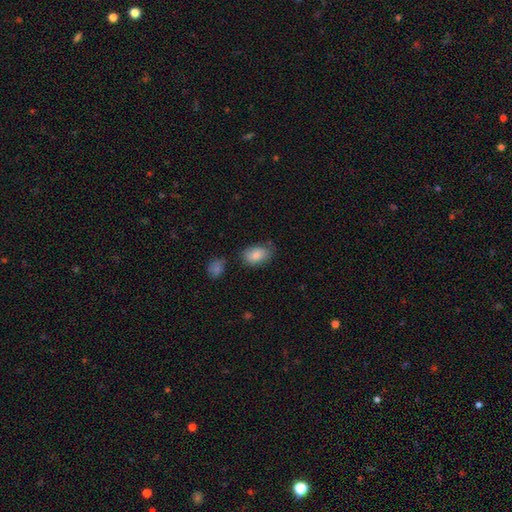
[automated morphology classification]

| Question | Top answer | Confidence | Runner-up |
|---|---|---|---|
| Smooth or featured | smooth | 84% | featured or disk (8%) |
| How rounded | in between | 87% | round (12%) |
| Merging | none | 66% | minor disturbance (24%) |